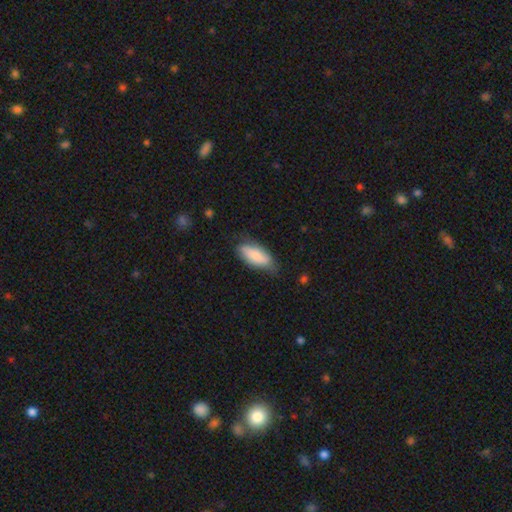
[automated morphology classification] type=smooth (78%); roundness=in between (83%); merging=none (66%).